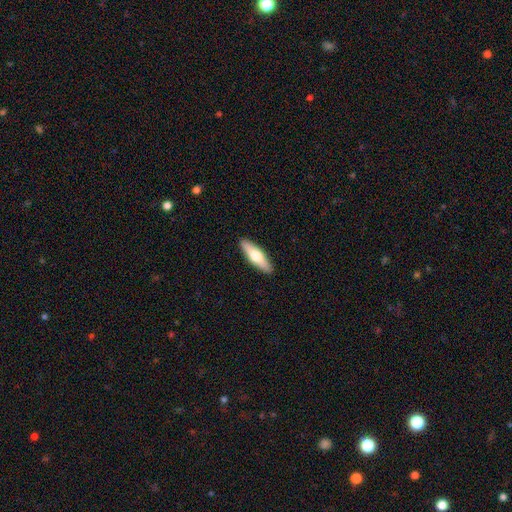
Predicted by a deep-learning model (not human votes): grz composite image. It shows a smooth galaxy with no disk features (59%) that is cigar-shaped (58%). Merging: none (91%).